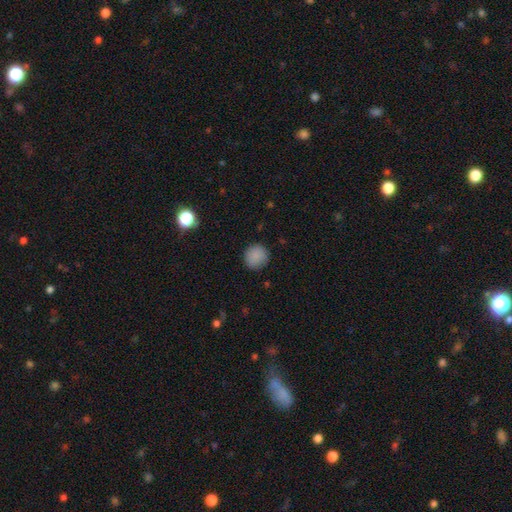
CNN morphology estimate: Overall: smooth (87%). How rounded: round (91%). Merging: none (88%).